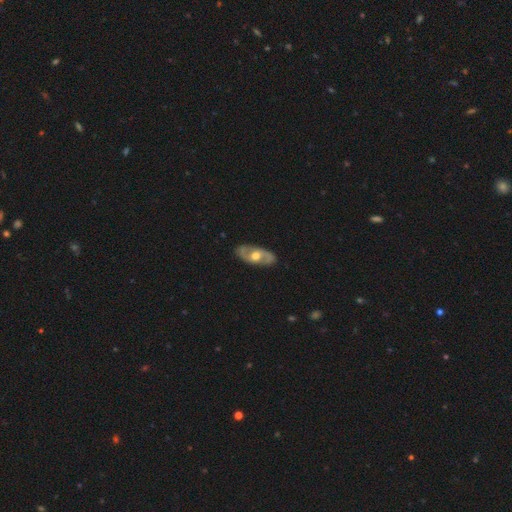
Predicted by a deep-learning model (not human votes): This is likely a featured or disk galaxy (73%). It is clearly not viewed edge-on (87%). Bar: likely no (68%). Spiral arm pattern: likely yes (68%). Central bulge: likely moderate (70%). Merging: clearly none (86%).